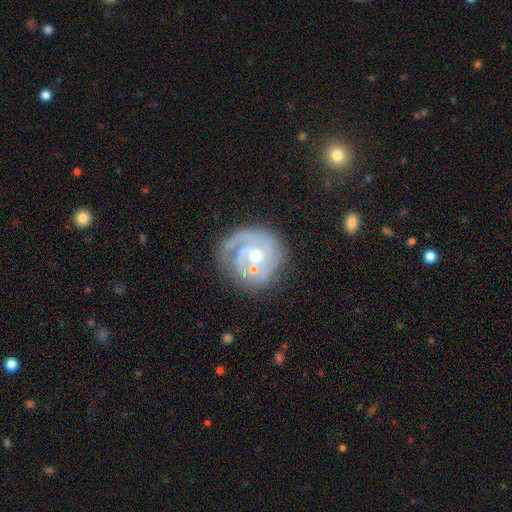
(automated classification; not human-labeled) Smooth or featured? Predicted: featured or disk (p=0.86). Edge-on disk? Predicted: no (p=0.98). Bar? Predicted: no (p=0.70). Spiral arms? Predicted: yes (p=0.95). Spiral winding? Predicted: tight (p=0.70). Spiral arm count? Predicted: 3 (p=0.31). Bulge size? Predicted: moderate (p=0.68). Merging? Predicted: none (p=0.64).